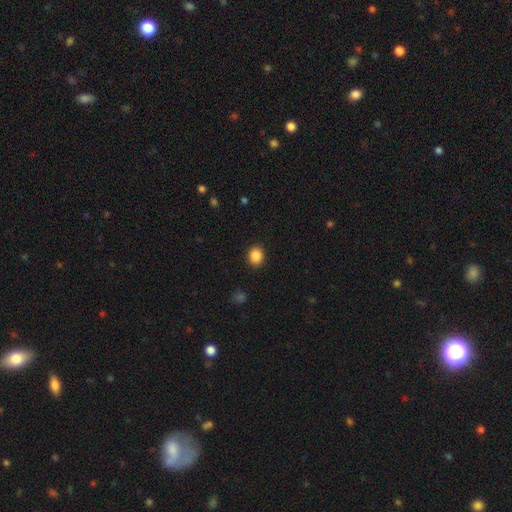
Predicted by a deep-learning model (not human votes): smooth-or-featured: smooth: 87% | star or artifact: 9% | featured or disk: 3%
  how-rounded: round: 67% | in between: 32% | cigar-shaped: 1%
  merging: none: 90% | minor disturbance: 7% | major disturbance: 2% | merger: 1%